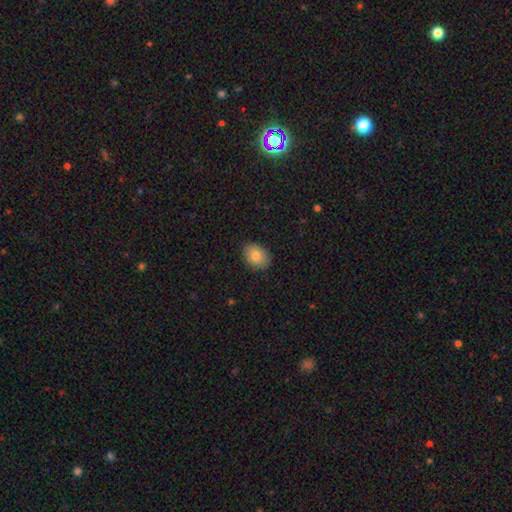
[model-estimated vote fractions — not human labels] This appears to be a smooth galaxy with no disk features (82%) that is in between round and cigar-shaped (67%). Merging: none (88%).